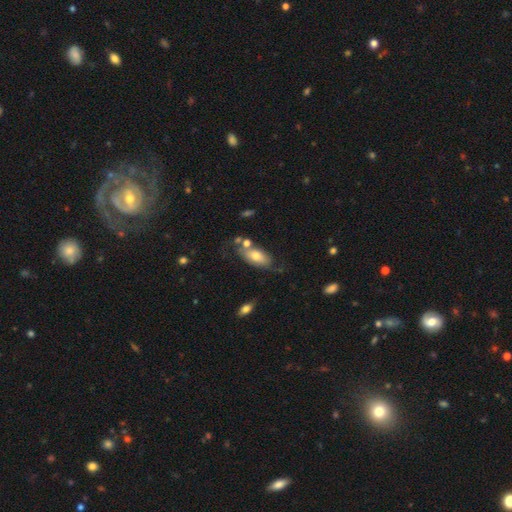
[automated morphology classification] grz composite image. It shows a smooth galaxy with no disk features (61%) that is in between round and cigar-shaped (86%). Merging: none (53%).